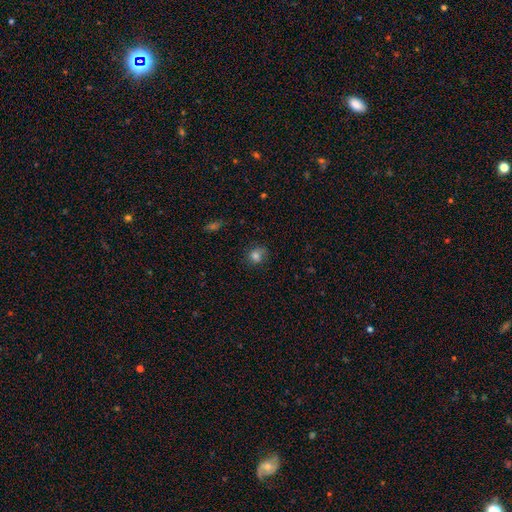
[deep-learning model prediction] A smooth galaxy with no disk features (80%) that is round (73%). Merging: none (71%).